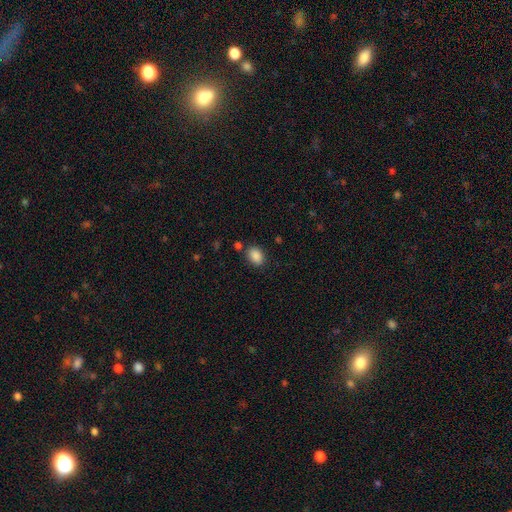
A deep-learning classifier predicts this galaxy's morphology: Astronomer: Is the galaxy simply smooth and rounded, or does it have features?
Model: smooth — 88%.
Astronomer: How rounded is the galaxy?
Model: in between — 79%.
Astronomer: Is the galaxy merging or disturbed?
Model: none — 80%.